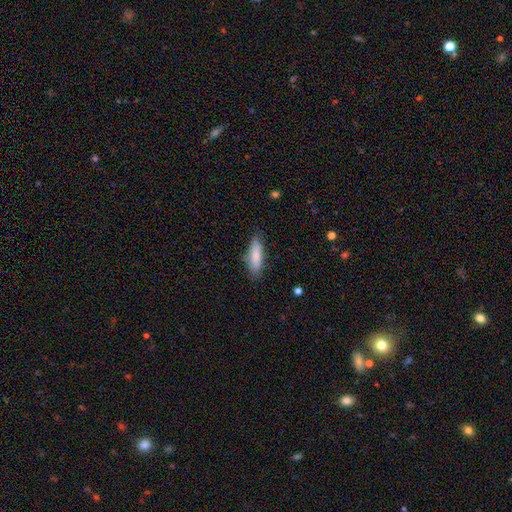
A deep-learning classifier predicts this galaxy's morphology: A smooth galaxy with no disk features (83%) that is cigar-shaped (50%).

Vote fractions:
- Smooth or featured? smooth: 83% / featured or disk: 12% / star or artifact: 6%
- How rounded? cigar-shaped: 50% / in between: 48% / round: 2%
- Merging? none: 77% / minor disturbance: 17% / major disturbance: 3% / merger: 2%